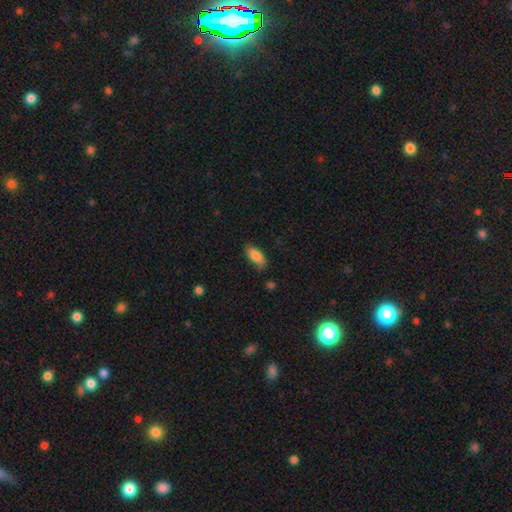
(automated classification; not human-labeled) Q: Smooth or featured?
A: smooth (84%); runner-up: featured or disk (9%)
Q: How rounded?
A: in between (88%); runner-up: cigar-shaped (10%)
Q: Merging?
A: none (78%); runner-up: minor disturbance (17%)